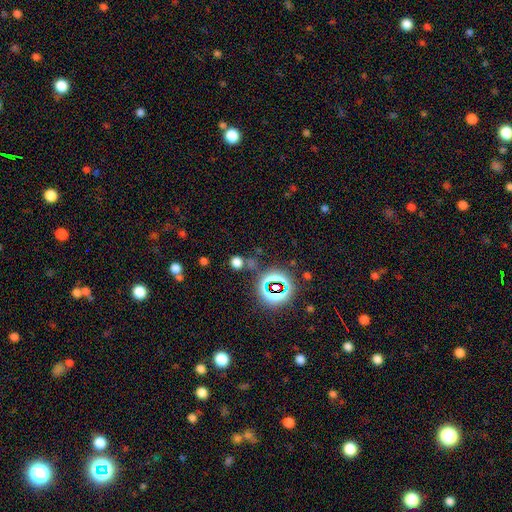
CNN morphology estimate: Overall: star or artifact (72%).